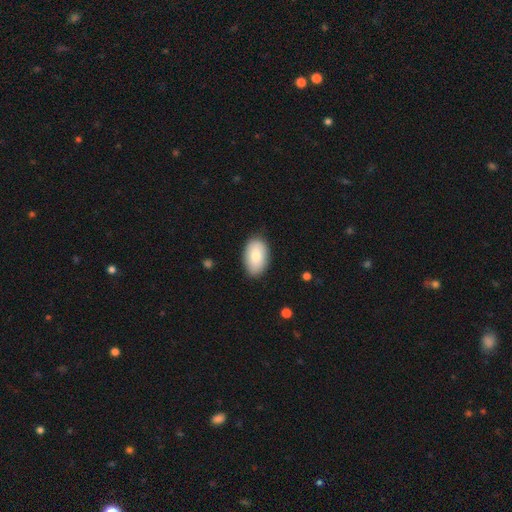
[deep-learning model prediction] Smooth or featured? smooth (79%)
How rounded? in between (92%)
Merging? none (84%)